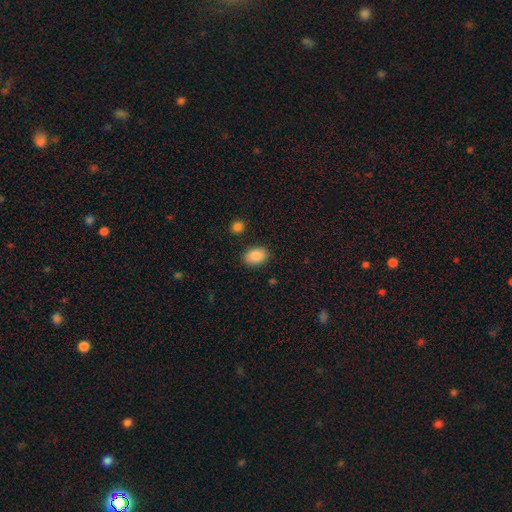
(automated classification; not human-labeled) A smooth galaxy with no disk features (87%) that is in between round and cigar-shaped (79%). Merging: none (88%).